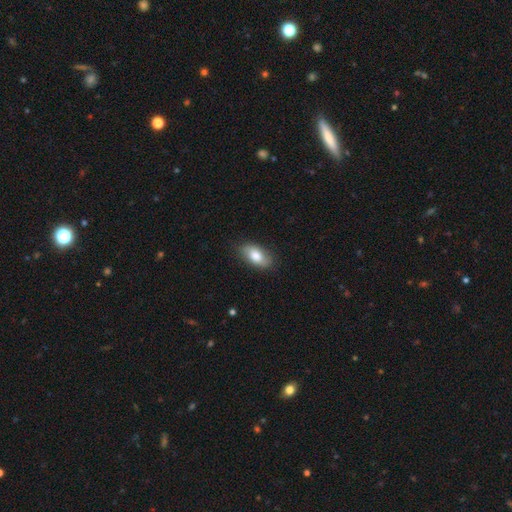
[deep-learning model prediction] Morphology: type=smooth (78%); roundness=in between (91%); merging=none (80%).